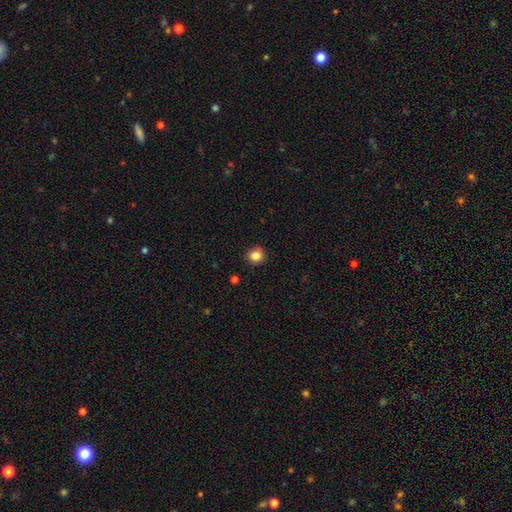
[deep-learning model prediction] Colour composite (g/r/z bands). It shows a smooth galaxy with no disk features (84%) that is round (91%). Merging: none (89%).